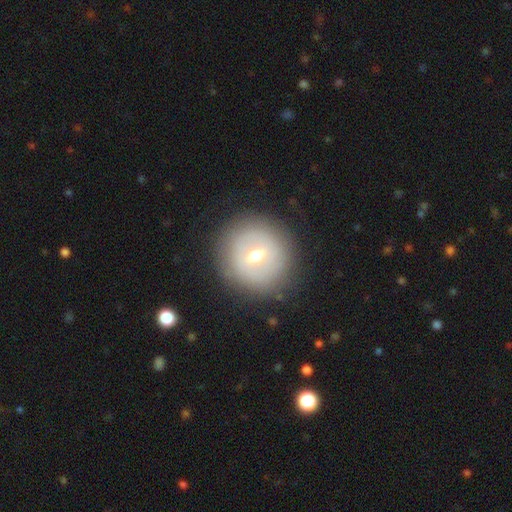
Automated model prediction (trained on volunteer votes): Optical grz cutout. It shows a smooth galaxy with no disk features (49%). Merging: none (85%).